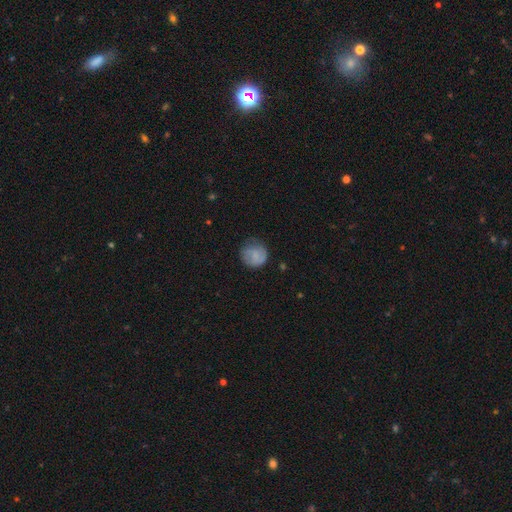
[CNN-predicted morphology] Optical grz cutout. It shows a smooth galaxy with no disk features (72%) that is round (88%). Merging: none (65%).